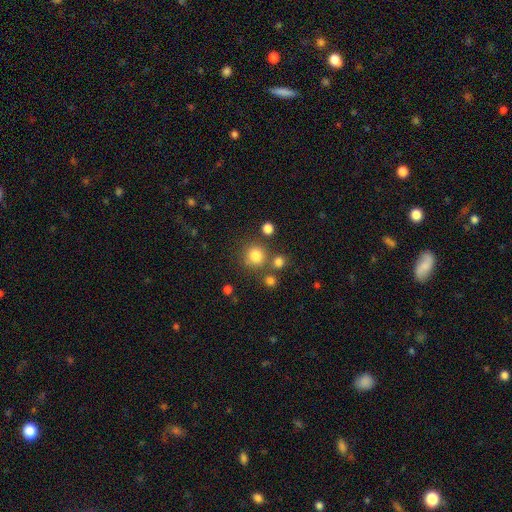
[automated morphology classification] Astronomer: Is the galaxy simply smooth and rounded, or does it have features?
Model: smooth — 80%.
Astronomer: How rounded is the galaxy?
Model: round — 92%.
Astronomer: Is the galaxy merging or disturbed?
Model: none — 77%.